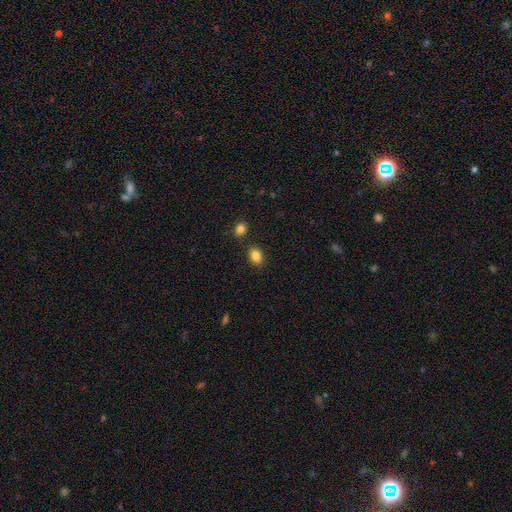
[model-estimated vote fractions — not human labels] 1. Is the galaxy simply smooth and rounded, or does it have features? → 85% smooth, 10% star or artifact, 5% featured or disk.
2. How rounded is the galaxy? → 73% in between, 26% round, 1% cigar-shaped.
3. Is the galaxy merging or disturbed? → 82% none, 10% minor disturbance, 6% merger, 3% major disturbance.